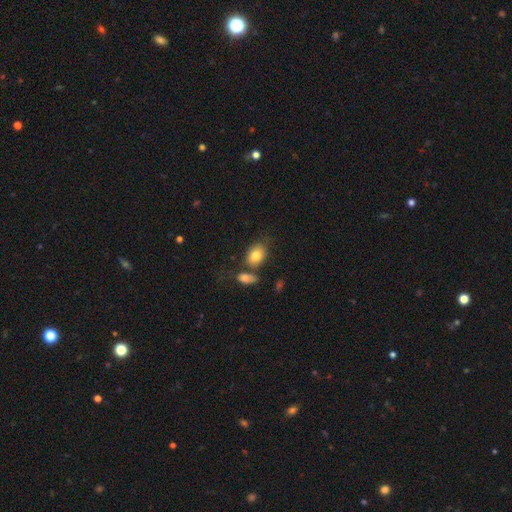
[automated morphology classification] A smooth galaxy with no disk features (81%) that is in between round and cigar-shaped (72%). Merging: none (57%).